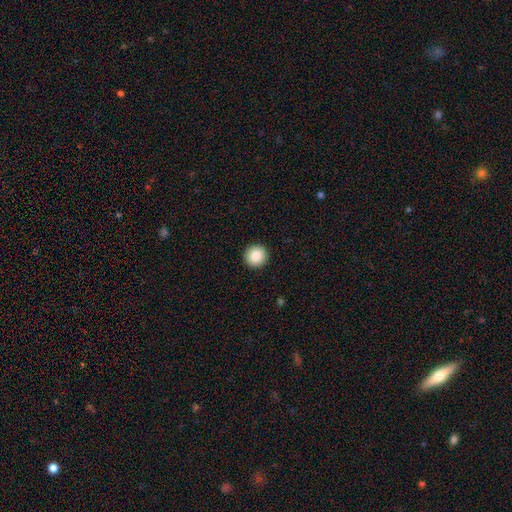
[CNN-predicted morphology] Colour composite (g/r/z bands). It shows a smooth galaxy with no disk features (86%) that is round (95%). Merging: none (93%).